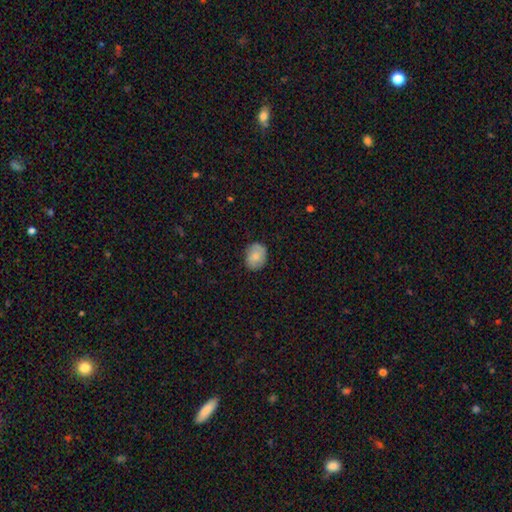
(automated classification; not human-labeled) smooth_or_featured: smooth (p=0.75) [alt: featured or disk p=0.17]
how_rounded: in between (p=0.52) [alt: round p=0.47]
merging: none (p=0.78) [alt: minor disturbance p=0.17]